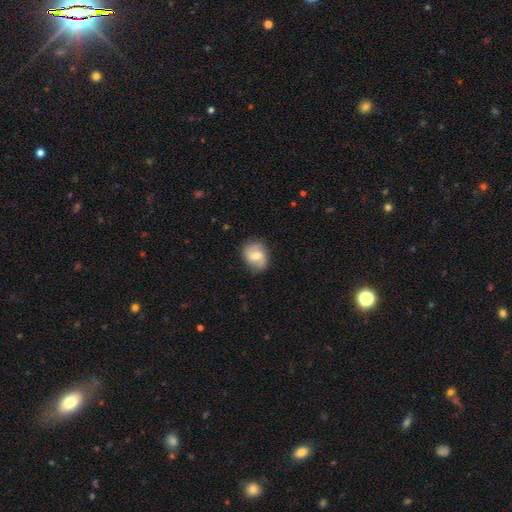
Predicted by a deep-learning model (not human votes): smooth 53%, featured or disk 40%, star or artifact 8%. Down the decision tree: how rounded — round (57%); merging — none (78%).